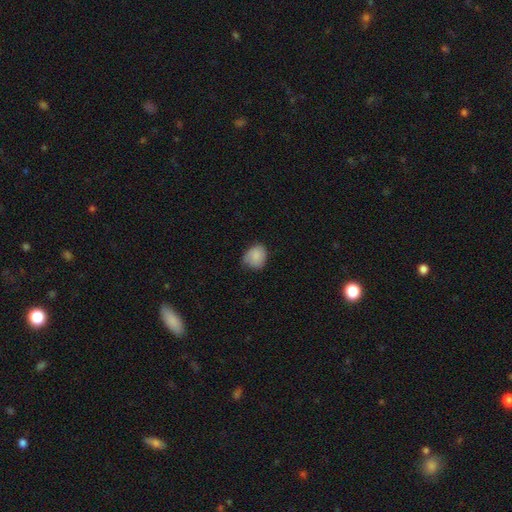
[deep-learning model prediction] A smooth galaxy with no disk features (82%) that is round (64%).

Vote fractions:
- Smooth or featured? smooth: 82% / featured or disk: 11% / star or artifact: 7%
- How rounded? round: 64% / in between: 35% / cigar-shaped: 1%
- Merging? none: 59% / minor disturbance: 33% / major disturbance: 7% / merger: 1%